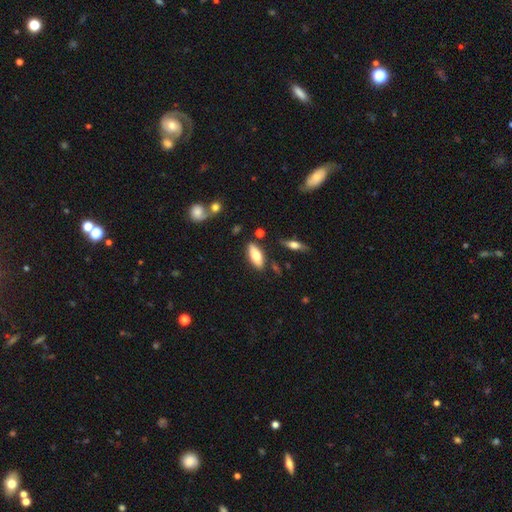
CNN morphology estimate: A smooth galaxy with no disk features (70%) that is in between round and cigar-shaped (77%).

Vote fractions:
- Smooth or featured? smooth: 70% / featured or disk: 24% / star or artifact: 6%
- How rounded? in between: 77% / cigar-shaped: 21% / round: 2%
- Merging? none: 82% / minor disturbance: 12% / merger: 4% / major disturbance: 3%